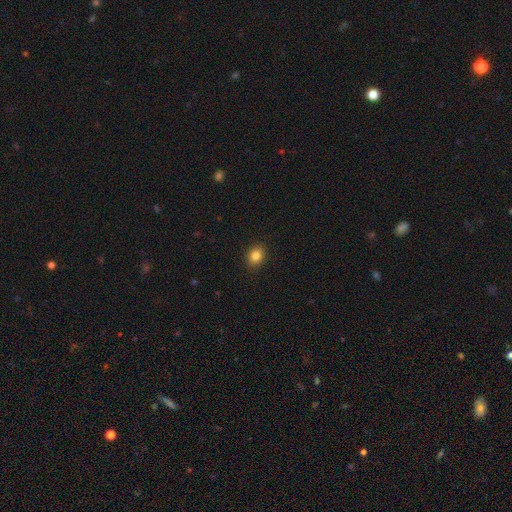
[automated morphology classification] Overall: smooth (84%). How rounded: in between (54%; round 45%). Merging: none (90%).